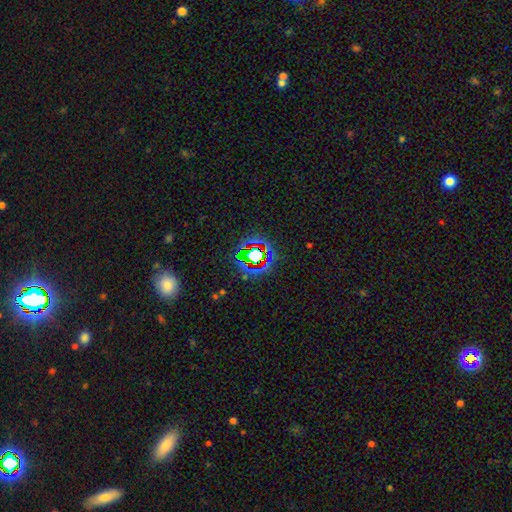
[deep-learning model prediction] smooth-or-featured: star or artifact: 69% | smooth: 18% | featured or disk: 13%